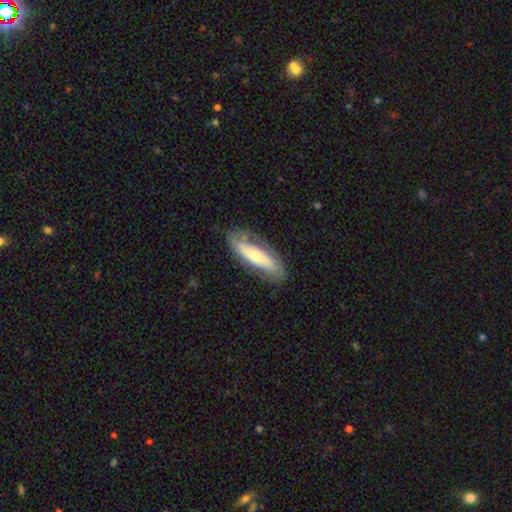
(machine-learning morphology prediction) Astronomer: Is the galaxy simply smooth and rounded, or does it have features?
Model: featured or disk — 53% (runner-up: smooth, 42%).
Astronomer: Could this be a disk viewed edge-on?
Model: no — 68%.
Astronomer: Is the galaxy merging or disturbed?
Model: none — 73%.